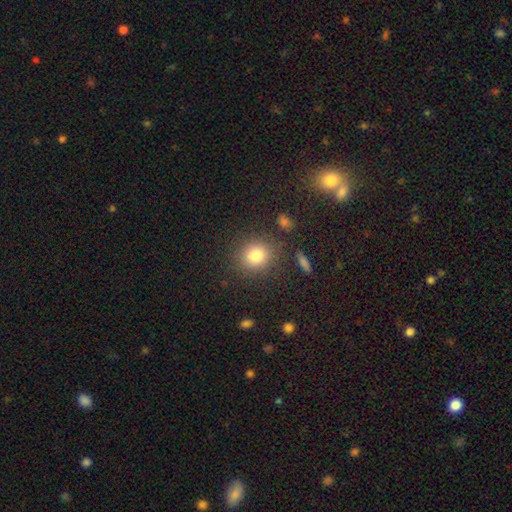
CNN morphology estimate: Smooth or featured?
  - smooth: 81% *
  - star or artifact: 12%
  - featured or disk: 7%
How rounded?
  - round: 82% *
  - in between: 16%
  - cigar-shaped: 1%
Merging?
  - none: 84% *
  - minor disturbance: 9%
  - major disturbance: 4%
  - merger: 3%